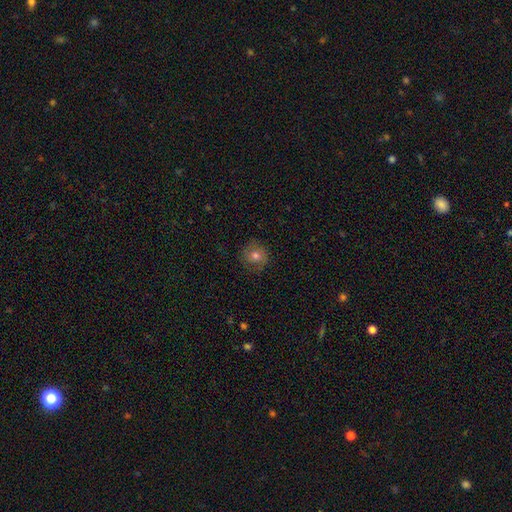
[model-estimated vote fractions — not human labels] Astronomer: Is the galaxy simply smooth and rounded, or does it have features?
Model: smooth — 63%.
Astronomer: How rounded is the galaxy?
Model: round — 89%.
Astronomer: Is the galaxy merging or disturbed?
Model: none — 79%.